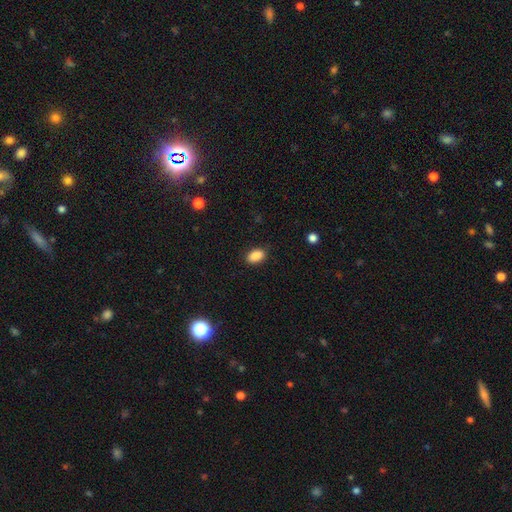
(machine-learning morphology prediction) This is clearly a smooth galaxy (89%). How rounded: clearly in between (89%). Merging: clearly none (85%).